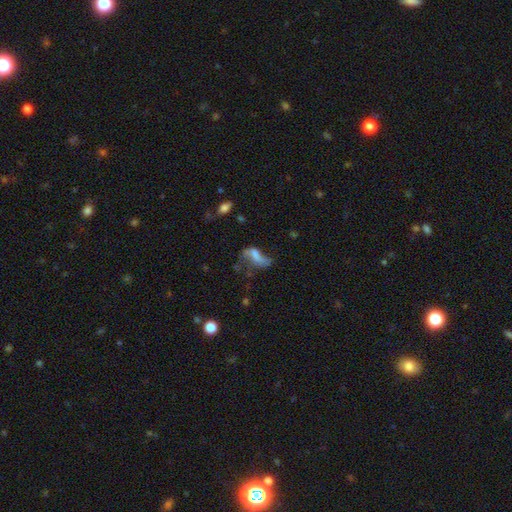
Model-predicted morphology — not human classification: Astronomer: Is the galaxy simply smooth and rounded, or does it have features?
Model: featured or disk — 48% (runner-up: smooth, 38%).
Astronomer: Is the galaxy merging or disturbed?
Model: major disturbance — 39% (runner-up: none, 30%).